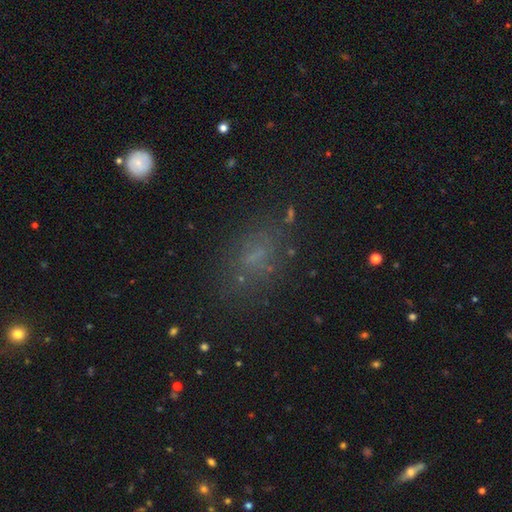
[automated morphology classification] This appears to be a smooth galaxy with no disk features (56%) that is in between round and cigar-shaped (75%). Merging: none (68%).